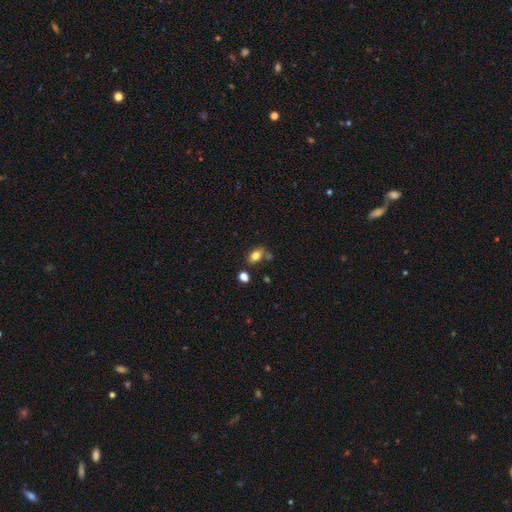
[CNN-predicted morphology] A smooth galaxy with no disk features (80%) that is in between round and cigar-shaped (84%). Merging: none (67%).